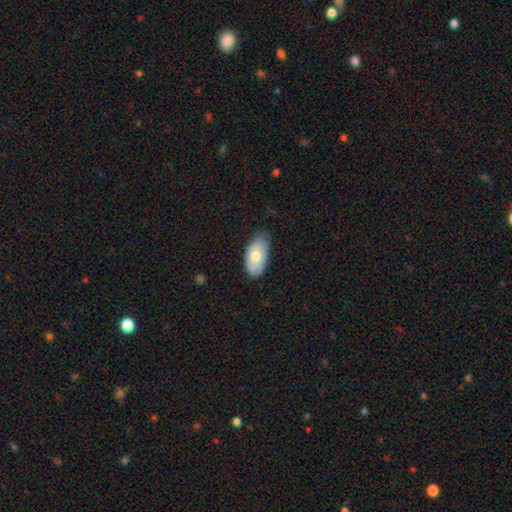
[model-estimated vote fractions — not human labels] This is likely a smooth galaxy (73%). How rounded: clearly in between (94%). Merging: likely none (65%).